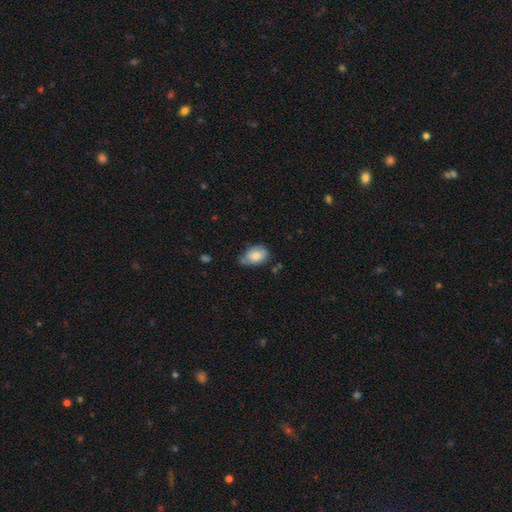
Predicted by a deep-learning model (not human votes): Morphology: type=smooth (73%); roundness=in between (82%); merging=none (47%).